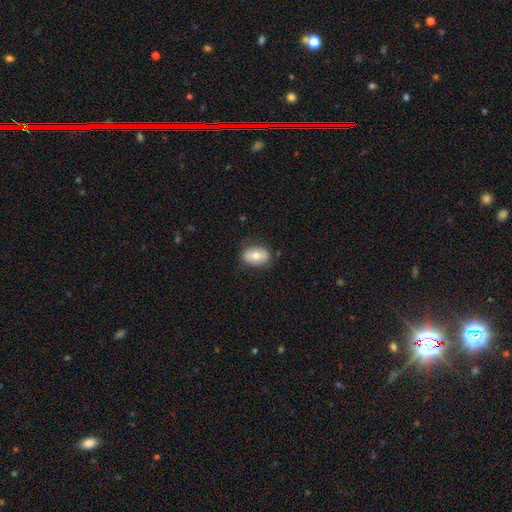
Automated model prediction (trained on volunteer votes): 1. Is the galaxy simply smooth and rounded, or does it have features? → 67% smooth, 26% featured or disk, 7% star or artifact.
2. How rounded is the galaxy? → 81% in between, 18% round, 1% cigar-shaped.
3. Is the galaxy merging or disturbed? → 77% none, 17% minor disturbance, 4% major disturbance, 1% merger.